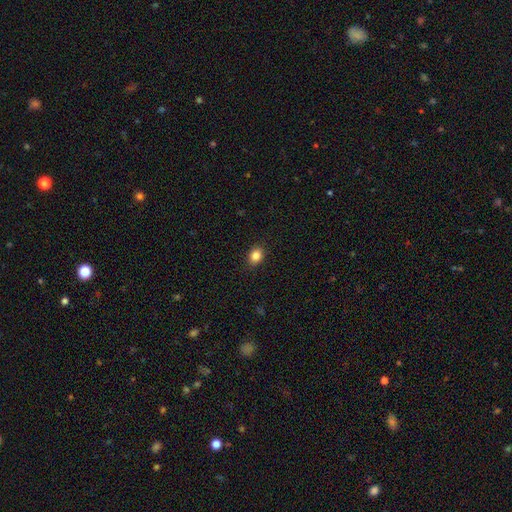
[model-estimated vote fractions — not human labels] Q: Smooth or featured?
A: smooth (85%); runner-up: star or artifact (10%)
Q: How rounded?
A: in between (53%); runner-up: round (46%)
Q: Merging?
A: none (88%); runner-up: minor disturbance (9%)